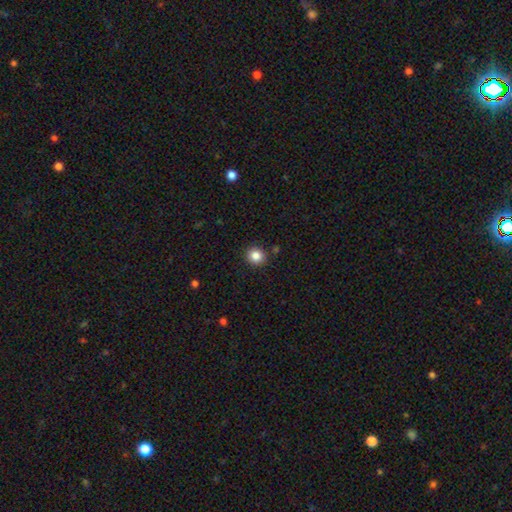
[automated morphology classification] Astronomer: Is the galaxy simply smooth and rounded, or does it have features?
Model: smooth — 85%.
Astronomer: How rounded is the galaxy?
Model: round — 89%.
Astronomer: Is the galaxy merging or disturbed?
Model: none — 90%.